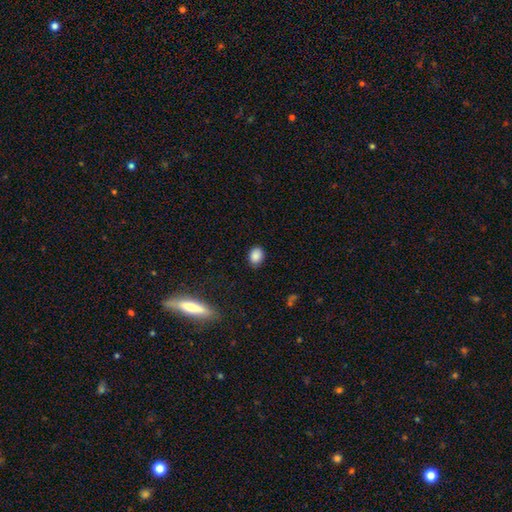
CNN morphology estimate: Smooth or featured?
  - smooth: 86% *
  - star or artifact: 10%
  - featured or disk: 4%
How rounded?
  - in between: 60% *
  - round: 39%
  - cigar-shaped: 1%
Merging?
  - none: 84% *
  - minor disturbance: 12%
  - major disturbance: 3%
  - merger: 1%